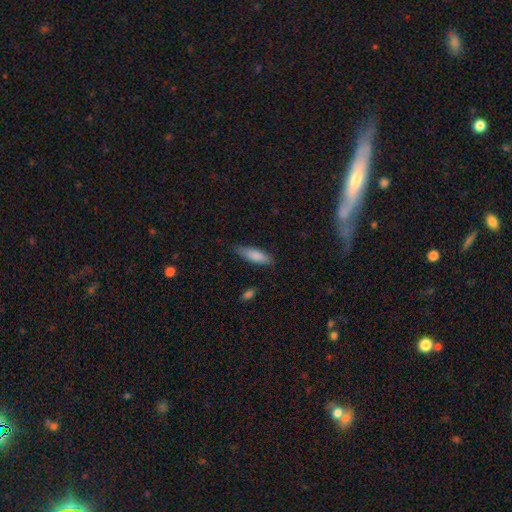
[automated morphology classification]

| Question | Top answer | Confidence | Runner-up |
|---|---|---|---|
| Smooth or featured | smooth | 84% | featured or disk (10%) |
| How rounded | cigar-shaped | 51% | in between (47%) |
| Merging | none | 76% | minor disturbance (19%) |